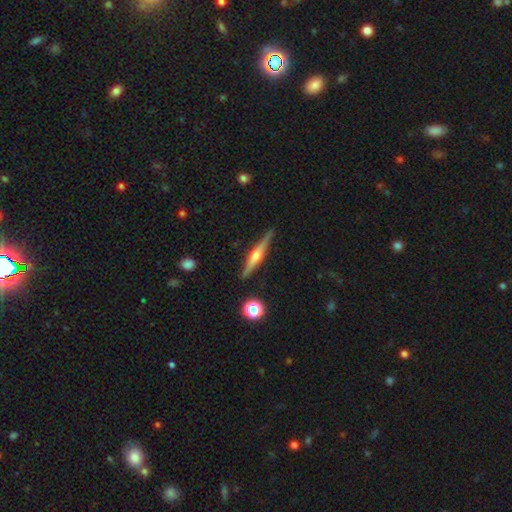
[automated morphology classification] Smooth or featured? featured or disk (69%)
Edge-on disk? yes (98%)
Edge-on bulge? rounded (81%)
Merging? none (88%)